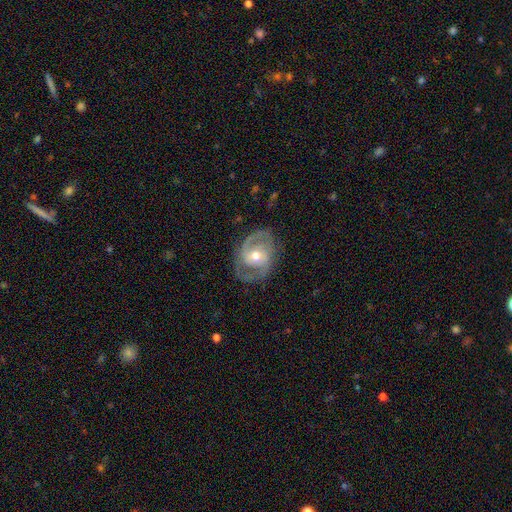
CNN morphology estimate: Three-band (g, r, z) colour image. It shows a featured or disk galaxy (85%) with no bar (48%), 2 (79%) medium (51%) spiral arms (94%) and a moderate central bulge (67%). Merging: none (74%).